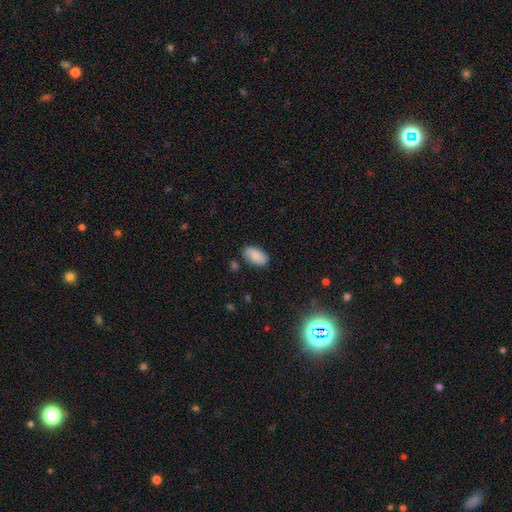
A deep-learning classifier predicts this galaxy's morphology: smooth_or_featured: smooth (p=0.86) [alt: star or artifact p=0.07]
how_rounded: in between (p=0.95) [alt: round p=0.04]
merging: none (p=0.80) [alt: minor disturbance p=0.14]